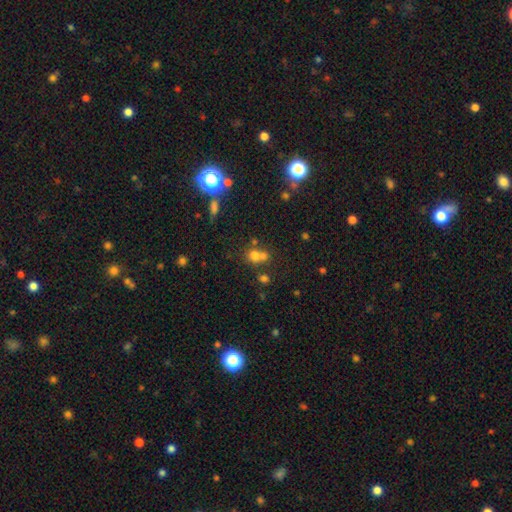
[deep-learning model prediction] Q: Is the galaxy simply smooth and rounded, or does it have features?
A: smooth — 67%.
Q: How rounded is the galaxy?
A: round — 76%.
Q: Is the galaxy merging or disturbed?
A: merger — 47%.